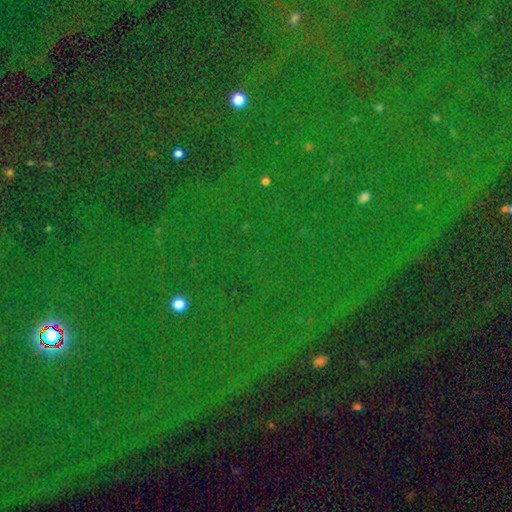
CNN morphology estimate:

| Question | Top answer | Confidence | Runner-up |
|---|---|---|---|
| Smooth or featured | star or artifact | 85% | smooth (8%) |